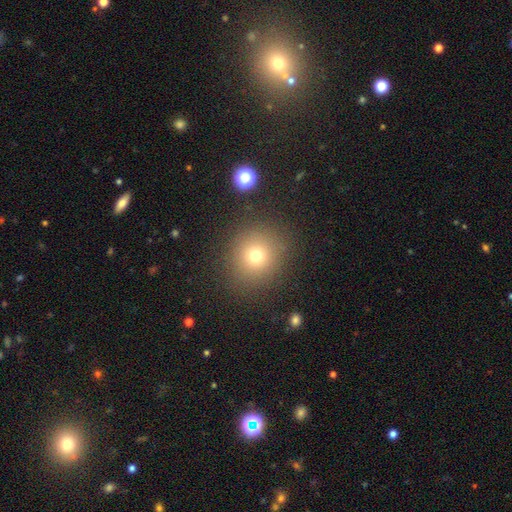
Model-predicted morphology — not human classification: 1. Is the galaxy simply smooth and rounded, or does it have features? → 73% smooth, 17% star or artifact, 10% featured or disk.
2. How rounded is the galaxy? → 85% round, 14% in between, 1% cigar-shaped.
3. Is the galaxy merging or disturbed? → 86% none, 8% minor disturbance, 4% major disturbance, 2% merger.